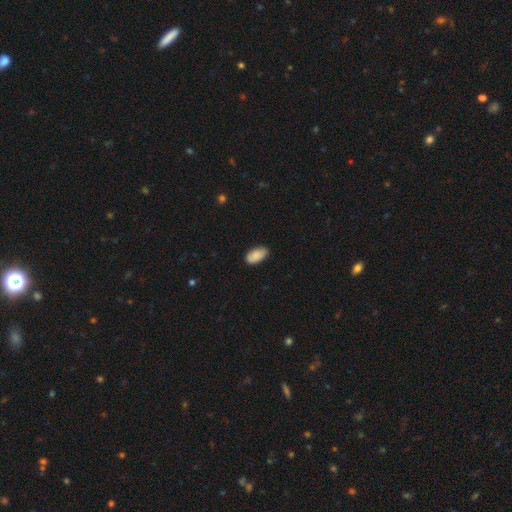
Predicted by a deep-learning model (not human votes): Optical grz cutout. It shows a smooth galaxy with no disk features (86%) that is in between round and cigar-shaped (95%). Merging: none (78%).